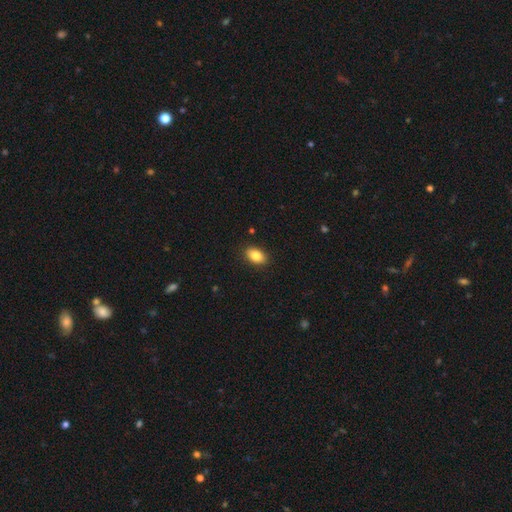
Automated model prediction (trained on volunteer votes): smooth 85%, star or artifact 8%, featured or disk 7%. Down the decision tree: how rounded — in between (89%); merging — none (89%).